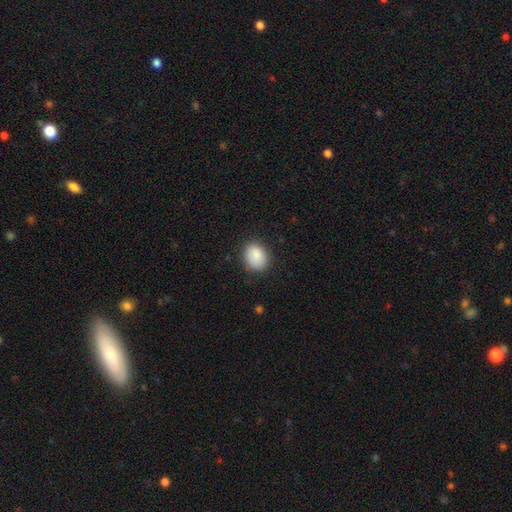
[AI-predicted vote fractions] Q: Smooth or featured?
A: smooth (88%); runner-up: star or artifact (7%)
Q: How rounded?
A: in between (52%); runner-up: round (47%)
Q: Merging?
A: none (83%); runner-up: minor disturbance (13%)